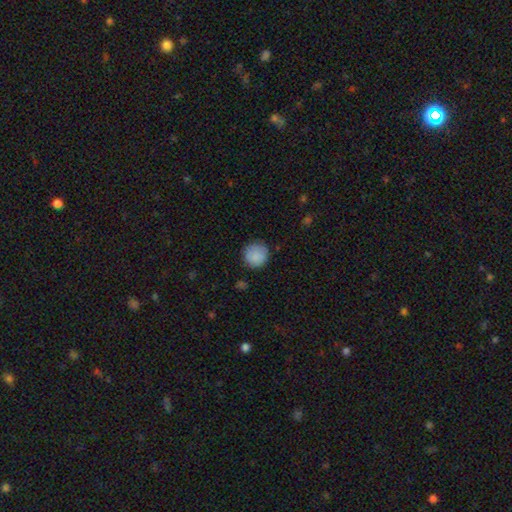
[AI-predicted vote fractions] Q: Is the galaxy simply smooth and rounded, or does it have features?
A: smooth — 87%.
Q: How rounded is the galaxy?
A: round — 93%.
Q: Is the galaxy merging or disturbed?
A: none — 82%.